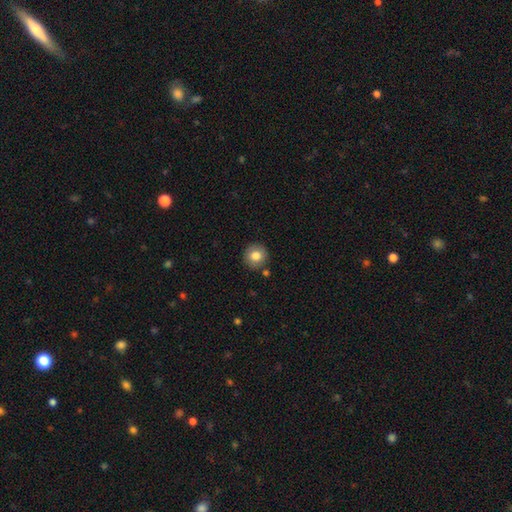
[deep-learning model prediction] Morphology: type=smooth (82%); roundness=round (93%); merging=none (86%).